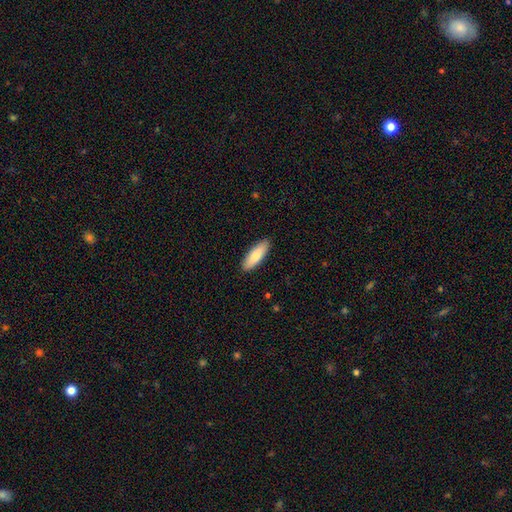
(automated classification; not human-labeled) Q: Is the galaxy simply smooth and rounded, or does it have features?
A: smooth — 79%.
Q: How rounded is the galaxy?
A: in between — 57%.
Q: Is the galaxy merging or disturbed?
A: none — 90%.